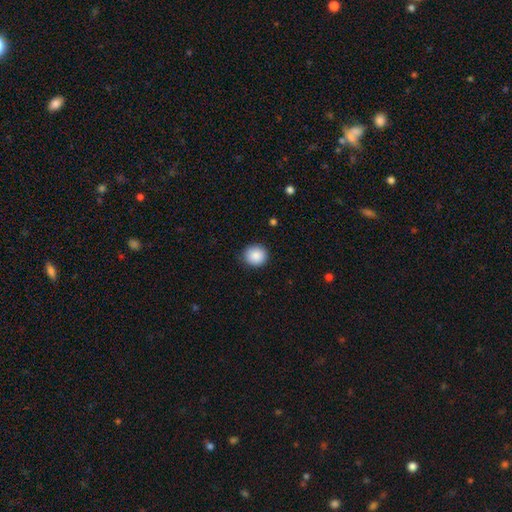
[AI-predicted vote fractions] Smooth or featured? smooth (89%)
How rounded? round (91%)
Merging? none (88%)